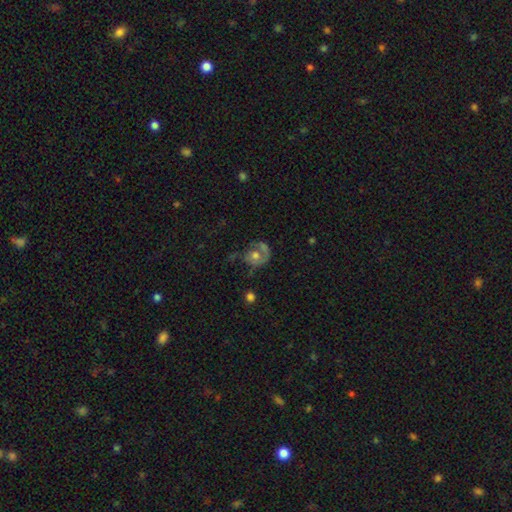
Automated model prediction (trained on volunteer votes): Morphology: type=featured or disk (61%); edge-on=no (97%); bar=no (83%); spiral arms=yes (71%); bulge=moderate (62%); merging=none (43%).